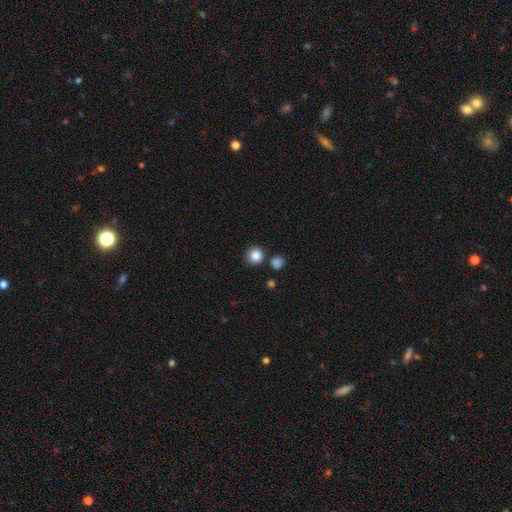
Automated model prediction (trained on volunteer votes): A smooth galaxy with no disk features (86%) that is round (91%).

Vote fractions:
- Smooth or featured? smooth: 86% / star or artifact: 10% / featured or disk: 4%
- How rounded? round: 91% / in between: 8% / cigar-shaped: 1%
- Merging? none: 79% / minor disturbance: 10% / merger: 8% / major disturbance: 3%